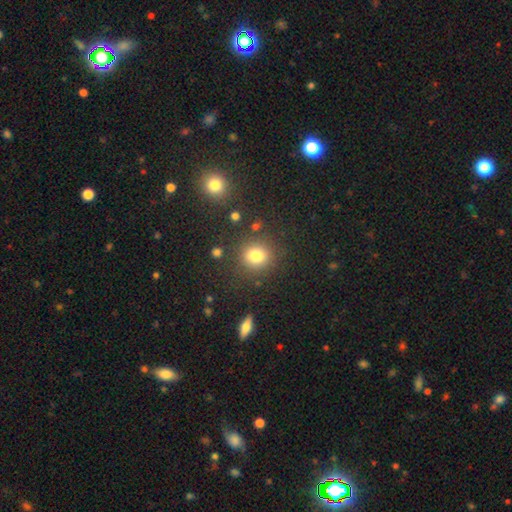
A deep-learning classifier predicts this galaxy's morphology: smooth 80%, star or artifact 14%, featured or disk 6%. Down the decision tree: how rounded — round (84%); merging — none (84%).